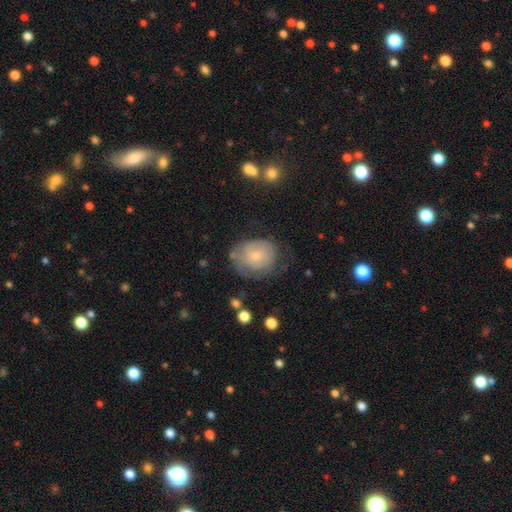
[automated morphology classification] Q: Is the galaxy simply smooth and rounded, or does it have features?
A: smooth — 55%.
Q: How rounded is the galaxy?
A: round — 64%.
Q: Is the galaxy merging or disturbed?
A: none — 52%.